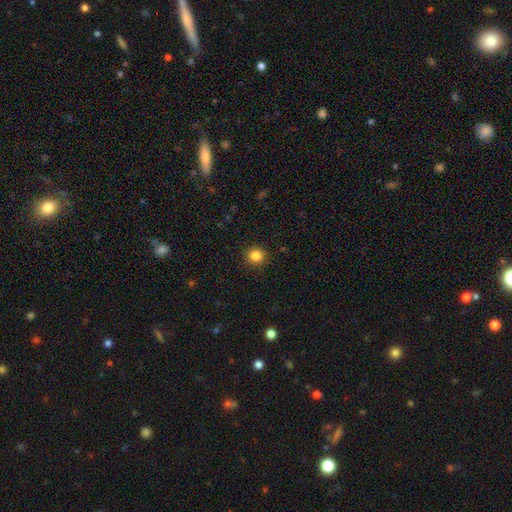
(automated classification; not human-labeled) Smooth or featured? smooth (84%)
How rounded? round (92%)
Merging? none (92%)